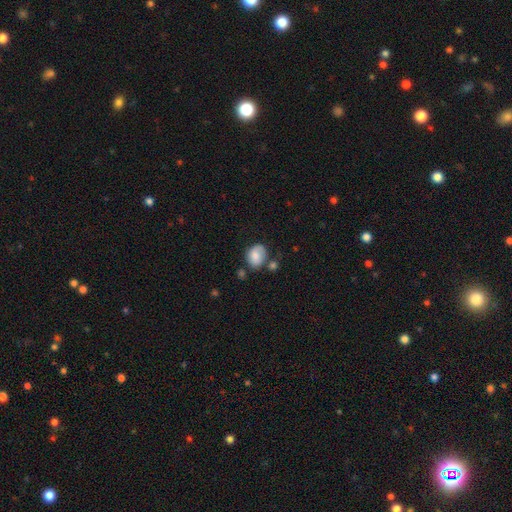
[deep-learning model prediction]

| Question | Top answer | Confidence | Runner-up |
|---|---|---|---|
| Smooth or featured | smooth | 76% | featured or disk (16%) |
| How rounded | in between | 57% | round (42%) |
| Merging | none | 56% | minor disturbance (25%) |